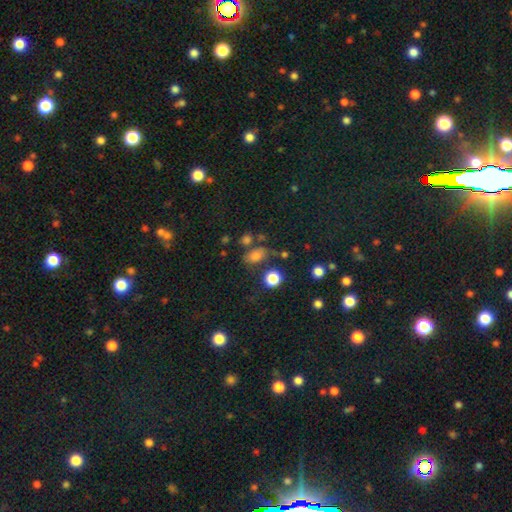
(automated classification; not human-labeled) The model was most divided on "merging": none: 64%, minor disturbance: 18%, merger: 12%, major disturbance: 7%. More confident: how rounded — in between (76%); smooth or featured — smooth (76%).